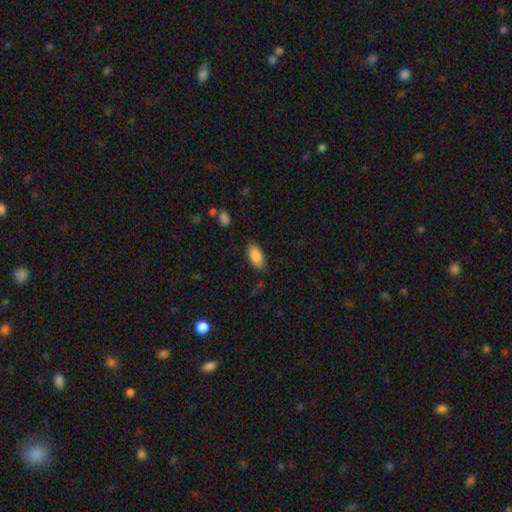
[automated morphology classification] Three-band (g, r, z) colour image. It shows a smooth galaxy with no disk features (87%) that is in between round and cigar-shaped (90%). Merging: none (84%).